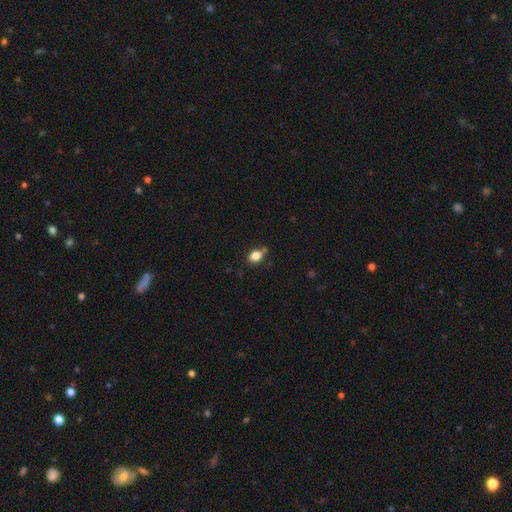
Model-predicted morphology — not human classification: smooth 82%, star or artifact 10%, featured or disk 8%. Down the decision tree: how rounded — in between (75%); merging — none (64%).